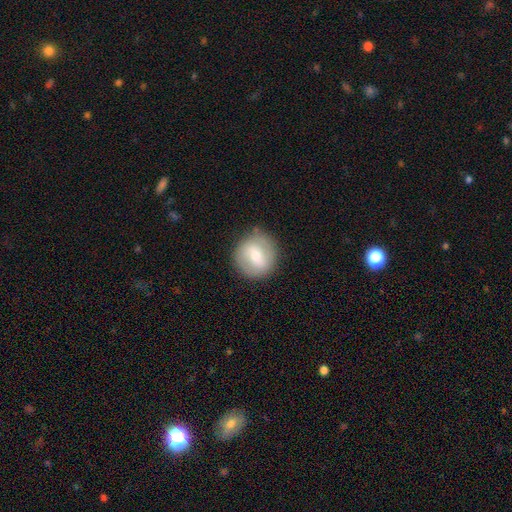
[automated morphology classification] type=smooth (55%); roundness=round (91%); merging=none (82%).